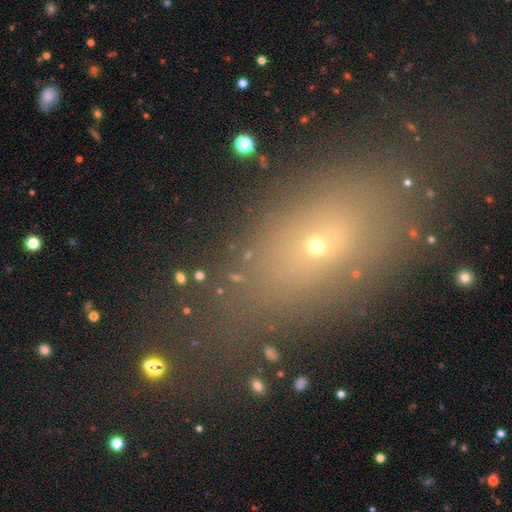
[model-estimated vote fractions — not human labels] smooth_or_featured: smooth (p=0.53) [alt: star or artifact p=0.30]
how_rounded: in between (p=0.72) [alt: round p=0.19]
merging: none (p=0.73) [alt: minor disturbance p=0.13]